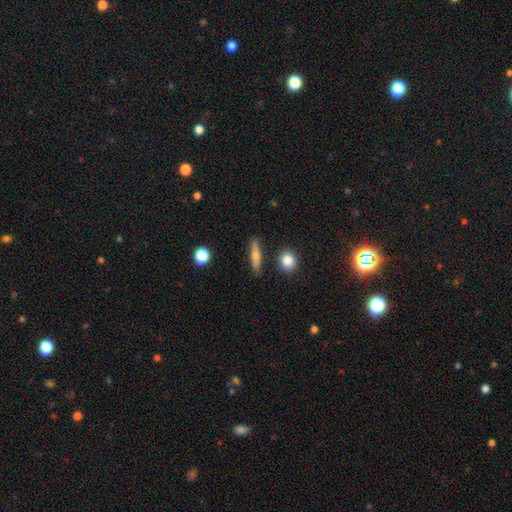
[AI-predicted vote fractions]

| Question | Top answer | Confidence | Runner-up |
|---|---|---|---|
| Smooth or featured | smooth | 58% | featured or disk (35%) |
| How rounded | cigar-shaped | 74% | in between (19%) |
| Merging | none | 85% | minor disturbance (10%) |